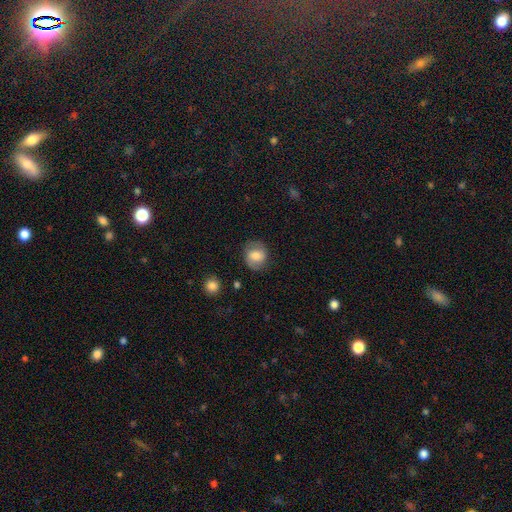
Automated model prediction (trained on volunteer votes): Smooth or featured? smooth (68%)
How rounded? round (70%)
Merging? none (77%)